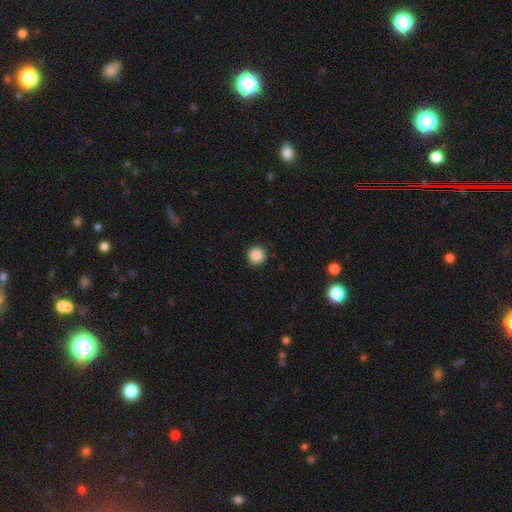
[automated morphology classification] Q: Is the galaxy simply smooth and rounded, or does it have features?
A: smooth — 87%.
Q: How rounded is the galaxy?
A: round — 94%.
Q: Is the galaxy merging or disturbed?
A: none — 91%.